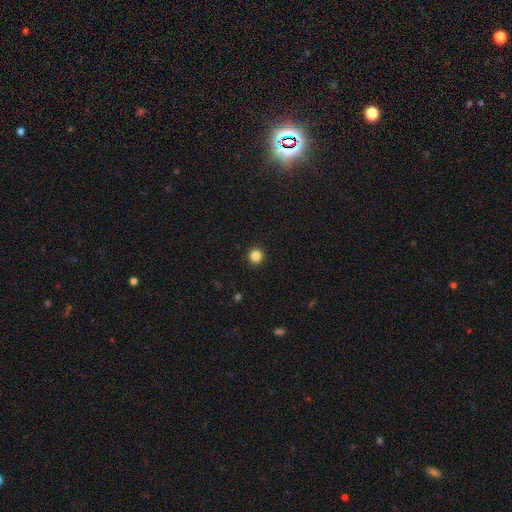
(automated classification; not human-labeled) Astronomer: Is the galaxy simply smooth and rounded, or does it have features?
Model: smooth — 85%.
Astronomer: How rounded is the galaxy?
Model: round — 95%.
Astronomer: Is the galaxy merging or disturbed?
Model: none — 93%.